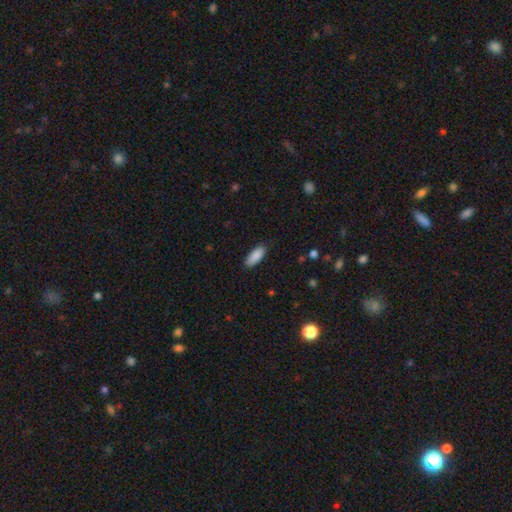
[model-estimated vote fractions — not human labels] Q: Smooth or featured?
A: smooth (89%); runner-up: star or artifact (6%)
Q: How rounded?
A: in between (73%); runner-up: cigar-shaped (25%)
Q: Merging?
A: none (84%); runner-up: minor disturbance (12%)